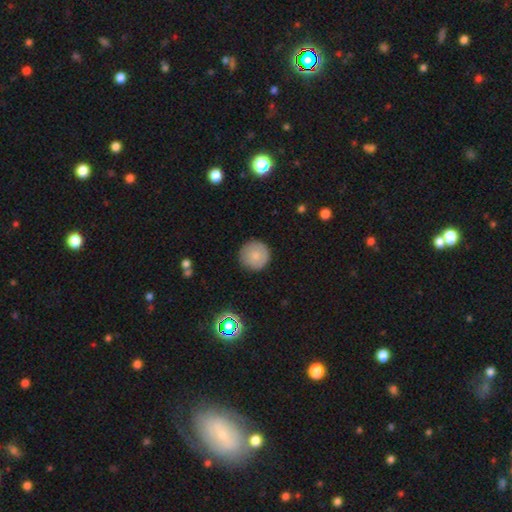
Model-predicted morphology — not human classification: Smooth or featured?
  - smooth: 79% *
  - featured or disk: 13%
  - star or artifact: 8%
How rounded?
  - round: 96% *
  - in between: 3%
  - cigar-shaped: 1%
Merging?
  - none: 89% *
  - minor disturbance: 8%
  - major disturbance: 2%
  - merger: 1%